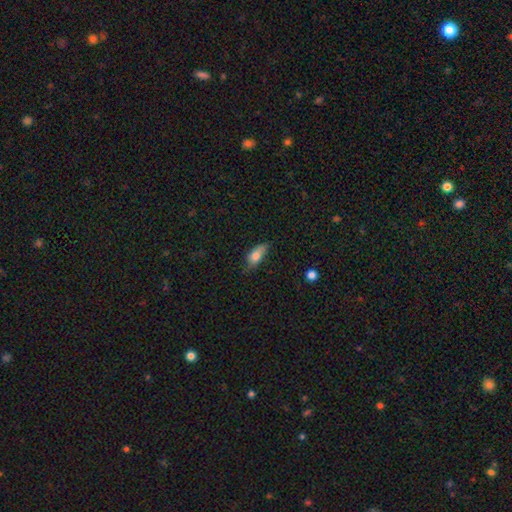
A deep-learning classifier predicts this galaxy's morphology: Smooth or featured?
  - smooth: 76% *
  - featured or disk: 16%
  - star or artifact: 8%
How rounded?
  - in between: 80% *
  - cigar-shaped: 16%
  - round: 5%
Merging?
  - none: 54% *
  - minor disturbance: 35%
  - major disturbance: 9%
  - merger: 2%